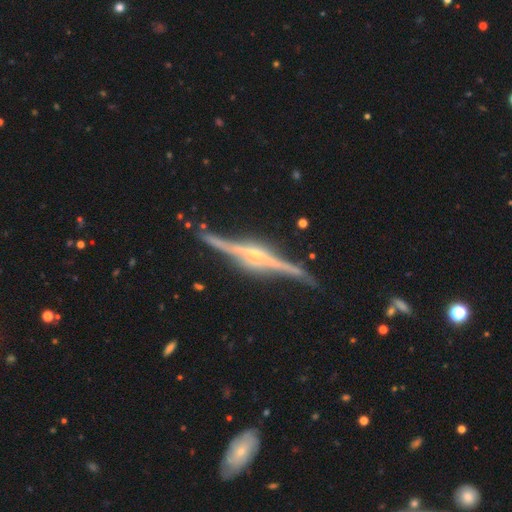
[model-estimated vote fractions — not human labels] Overall: featured or disk (90%). Edge-on disk: yes (98%). Edge-on bulge: rounded (67%). Merging: none (85%).